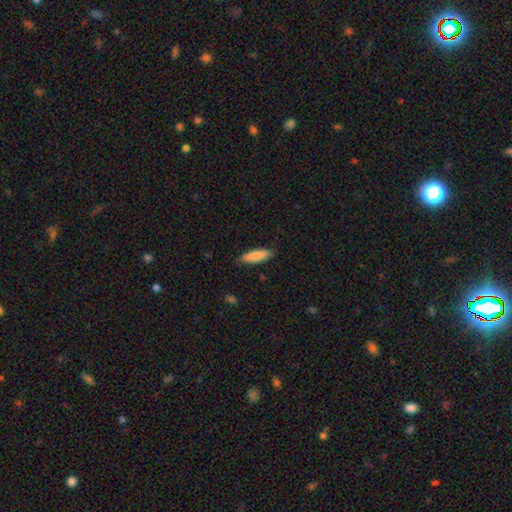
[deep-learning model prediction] Overall: smooth (84%). How rounded: cigar-shaped (66%; in between 33%). Merging: none (86%).